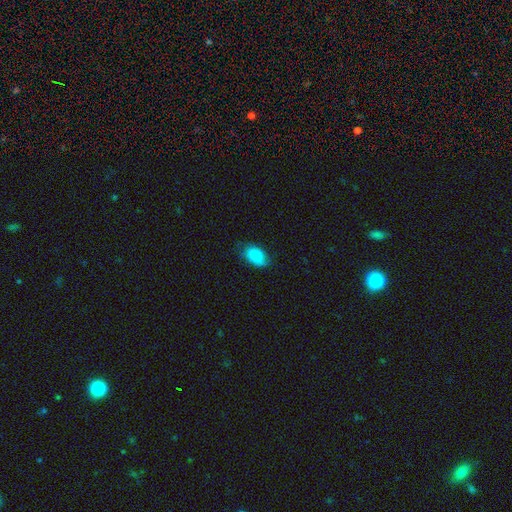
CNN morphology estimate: Smooth or featured? smooth (85%)
How rounded? in between (88%)
Merging? none (66%)